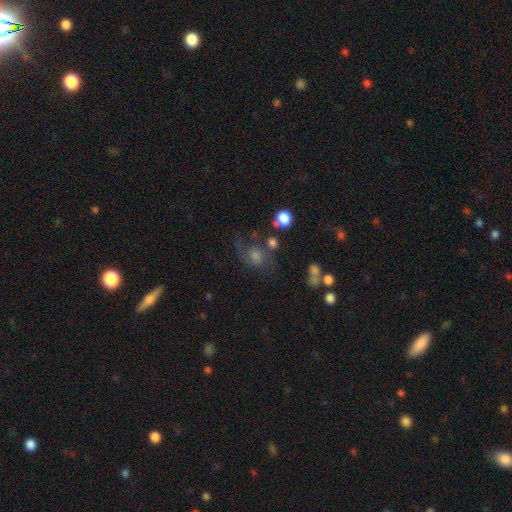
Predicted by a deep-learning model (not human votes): Smooth or featured? Predicted: featured or disk (p=0.43). Merging? Predicted: none (p=0.51).